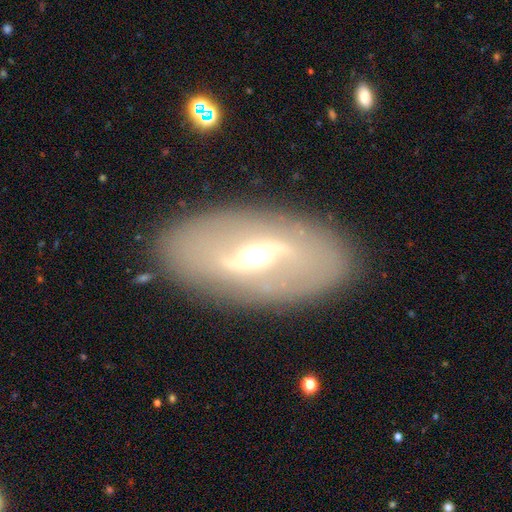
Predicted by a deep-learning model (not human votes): This appears to be a featured or disk galaxy (80%) with a strong bar (46%), 2 (86%) loose (54%) spiral arms (75%) and a moderate central bulge (62%). Merging: none (83%).